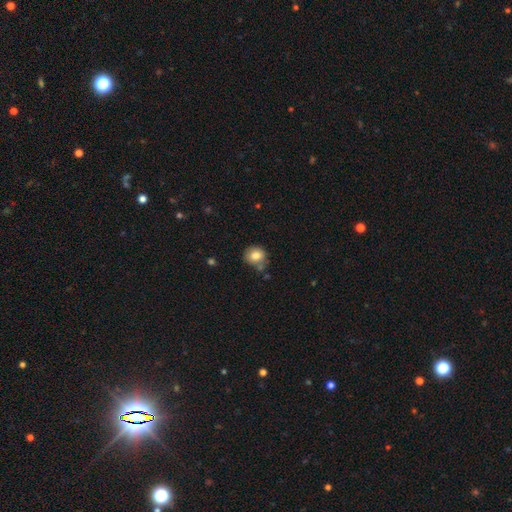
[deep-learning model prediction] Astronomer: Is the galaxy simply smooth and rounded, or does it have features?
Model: smooth — 81%.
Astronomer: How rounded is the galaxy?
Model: round — 77%.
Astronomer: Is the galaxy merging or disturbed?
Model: none — 66%.